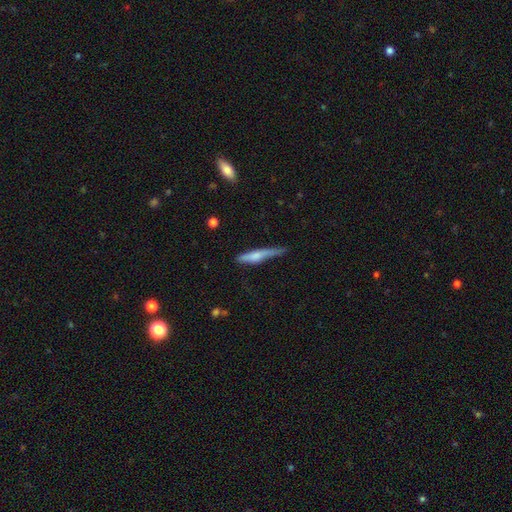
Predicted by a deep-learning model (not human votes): This appears to be a smooth galaxy with no disk features (59%) that is cigar-shaped (89%). Merging: none (49%).